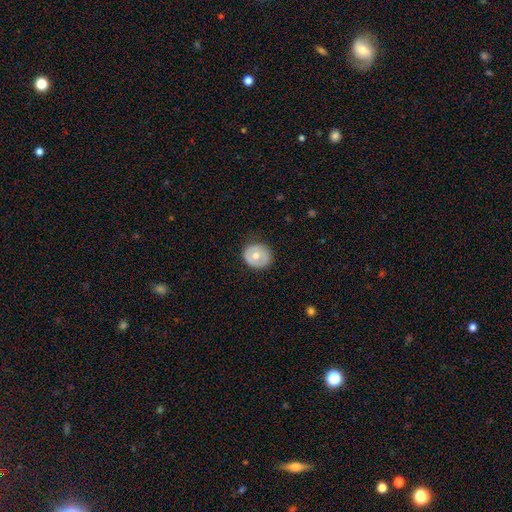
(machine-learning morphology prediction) Q: Smooth or featured?
A: smooth (58%); runner-up: featured or disk (36%)
Q: How rounded?
A: round (82%); runner-up: in between (17%)
Q: Merging?
A: none (83%); runner-up: minor disturbance (13%)